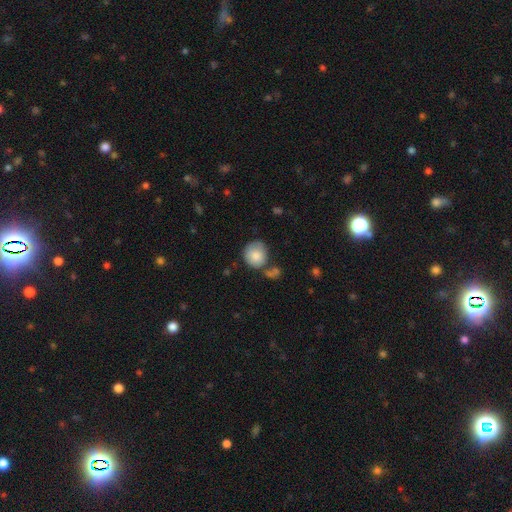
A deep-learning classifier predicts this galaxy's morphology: Q: Smooth or featured?
A: smooth (82%); runner-up: featured or disk (10%)
Q: How rounded?
A: round (85%); runner-up: in between (14%)
Q: Merging?
A: none (56%); runner-up: minor disturbance (22%)